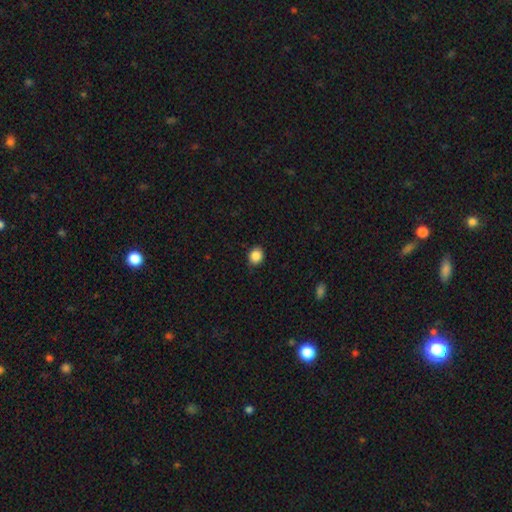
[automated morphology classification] Smooth or featured? smooth (87%)
How rounded? round (75%)
Merging? none (88%)